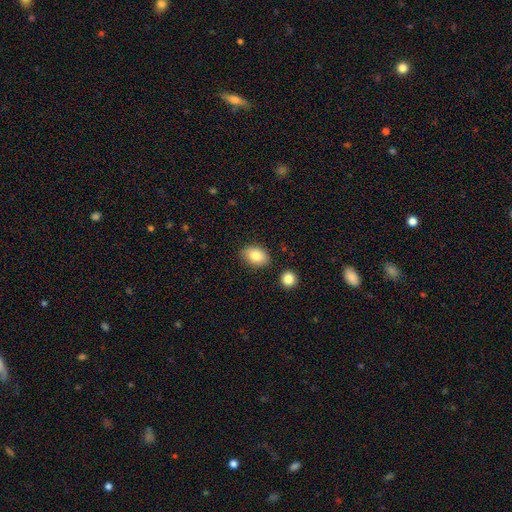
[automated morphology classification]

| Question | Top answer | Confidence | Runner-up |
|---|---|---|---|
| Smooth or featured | smooth | 83% | featured or disk (10%) |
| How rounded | in between | 82% | round (17%) |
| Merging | none | 82% | minor disturbance (12%) |